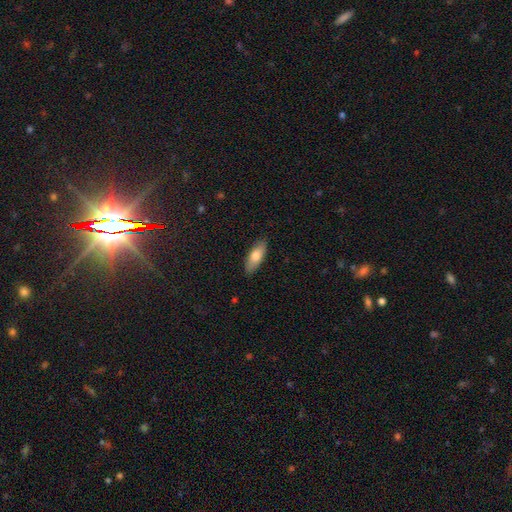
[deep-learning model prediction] This is likely a smooth galaxy (75%). How rounded: likely in between (69%). Merging: clearly none (88%).